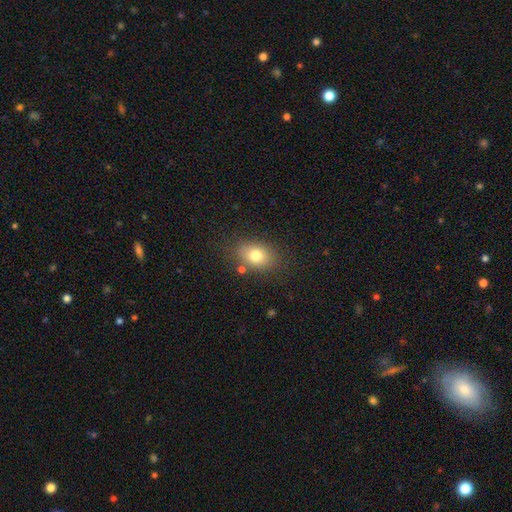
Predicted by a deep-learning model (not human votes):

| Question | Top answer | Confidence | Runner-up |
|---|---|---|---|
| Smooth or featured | smooth | 77% | featured or disk (13%) |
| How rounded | in between | 71% | round (28%) |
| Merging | none | 78% | minor disturbance (13%) |